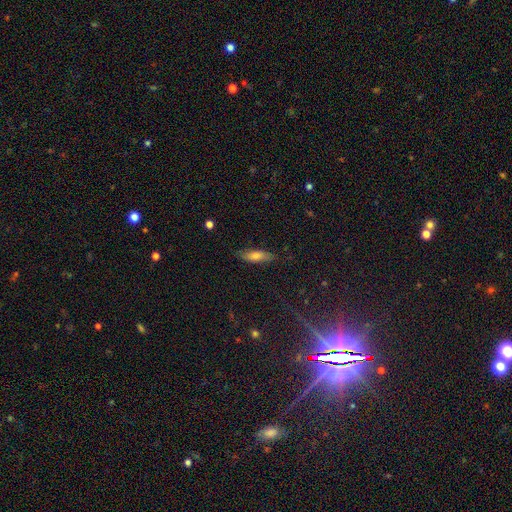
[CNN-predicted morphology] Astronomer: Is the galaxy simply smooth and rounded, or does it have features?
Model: smooth — 69%.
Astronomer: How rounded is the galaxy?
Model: cigar-shaped — 52% (runner-up: in between, 46%).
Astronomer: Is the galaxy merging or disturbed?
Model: none — 82%.